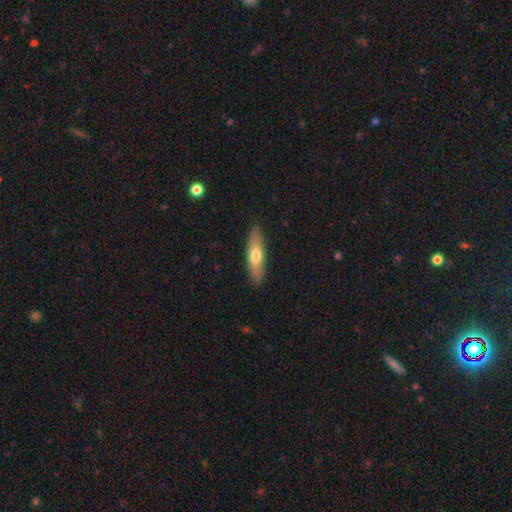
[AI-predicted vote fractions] Smooth or featured? Predicted: smooth (p=0.63). How rounded? Predicted: cigar-shaped (p=0.62). Merging? Predicted: none (p=0.87).